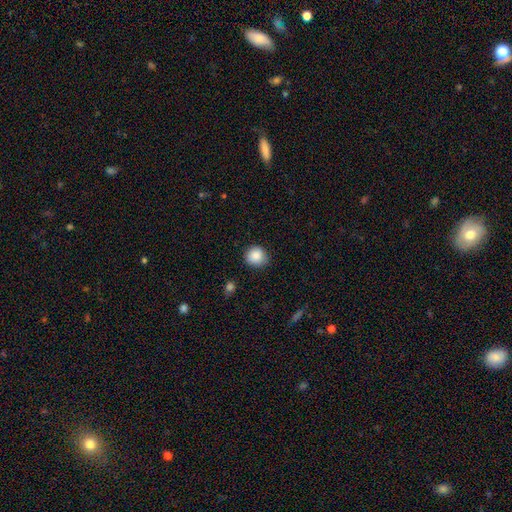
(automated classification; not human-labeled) smooth 88%, star or artifact 9%, featured or disk 4%. Down the decision tree: how rounded — round (89%); merging — none (82%).